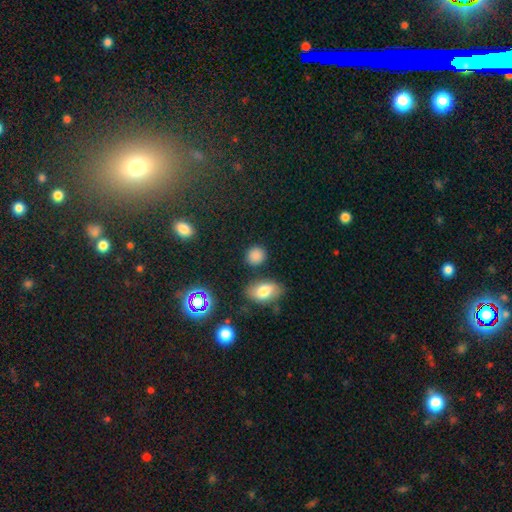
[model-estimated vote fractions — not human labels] smooth_or_featured: smooth (p=0.82) [alt: star or artifact p=0.14]
how_rounded: round (p=0.77) [alt: in between p=0.21]
merging: none (p=0.83) [alt: minor disturbance p=0.10]